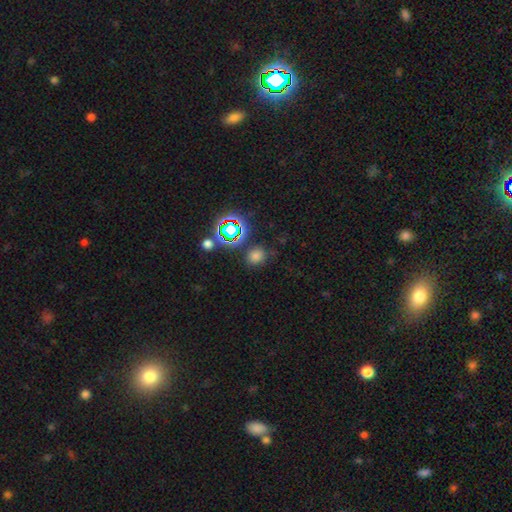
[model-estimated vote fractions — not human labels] Overall: smooth (65%; star or artifact 28%). How rounded: round (66%; in between 32%). Merging: none (78%).